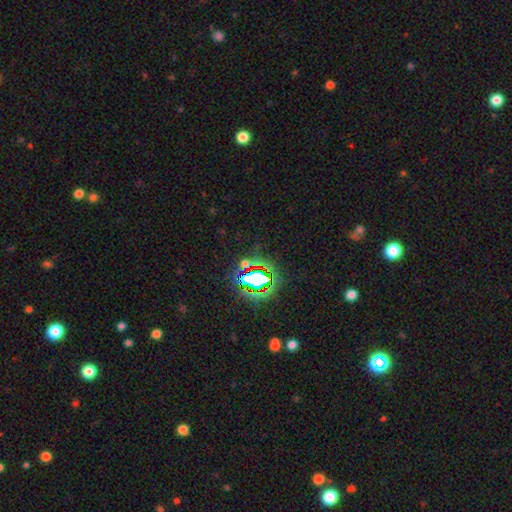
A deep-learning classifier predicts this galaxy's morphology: The model was most divided on "smooth or featured": star or artifact: 78%, smooth: 13%, featured or disk: 8%.